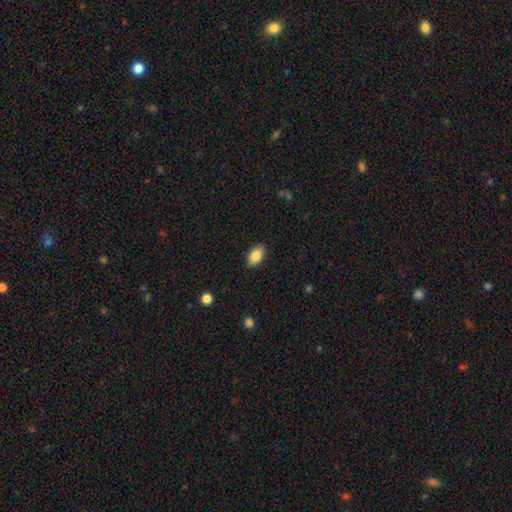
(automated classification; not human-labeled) A smooth galaxy with no disk features (86%) that is in between round and cigar-shaped (93%).

Vote fractions:
- Smooth or featured? smooth: 86% / featured or disk: 7% / star or artifact: 7%
- How rounded? in between: 93% / round: 5% / cigar-shaped: 2%
- Merging? none: 88% / minor disturbance: 9% / major disturbance: 2% / merger: 1%